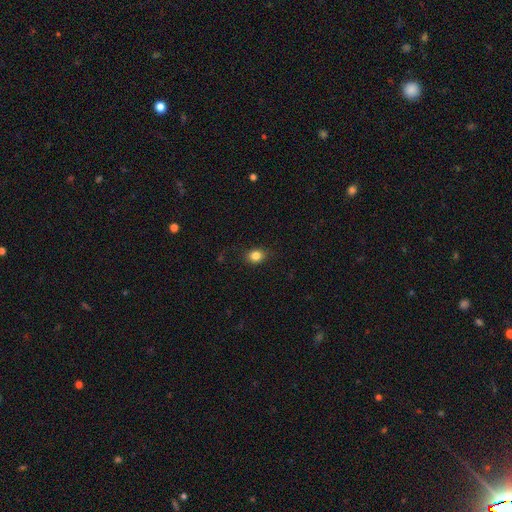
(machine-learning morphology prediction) This is clearly a smooth galaxy (83%). How rounded: likely round (61%). Merging: clearly none (85%).